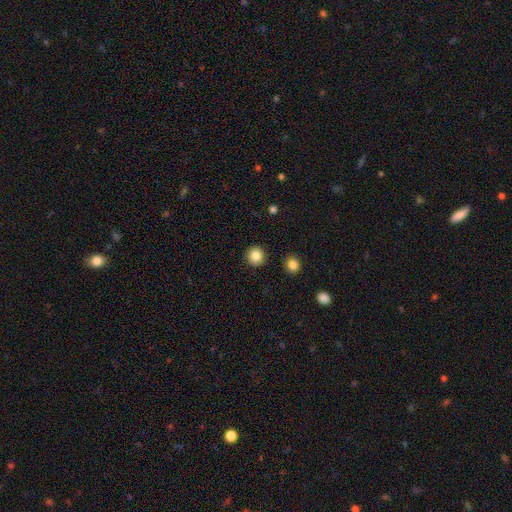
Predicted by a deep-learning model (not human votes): Smooth or featured: smooth — 84% (star or artifact — 10%)
How rounded: round — 94% (in between — 5%)
Merging: none — 91% (minor disturbance — 6%)